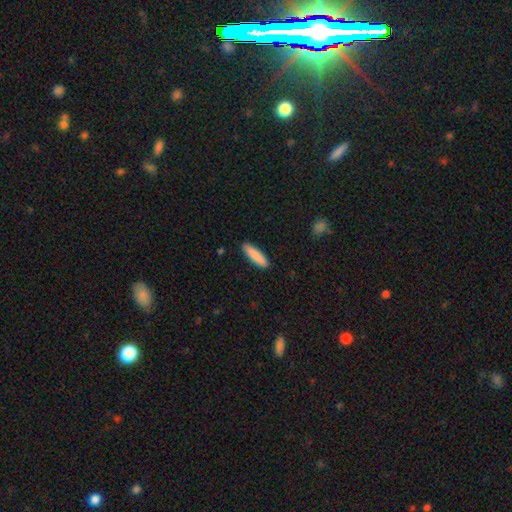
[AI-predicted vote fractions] Q: Smooth or featured?
A: smooth (88%); runner-up: featured or disk (7%)
Q: How rounded?
A: cigar-shaped (75%); runner-up: in between (24%)
Q: Merging?
A: none (90%); runner-up: minor disturbance (8%)